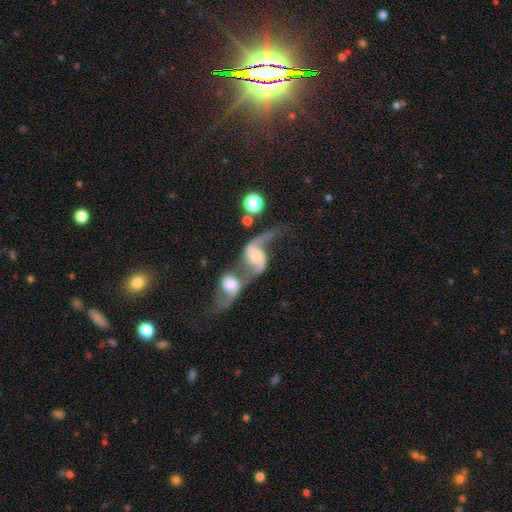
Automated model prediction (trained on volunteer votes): This appears to be a featured or disk galaxy (84%) with no bar (50%), 2 (88%) loose (79%) spiral arms (95%) and a moderate central bulge (45%). Merging: merger (74%).